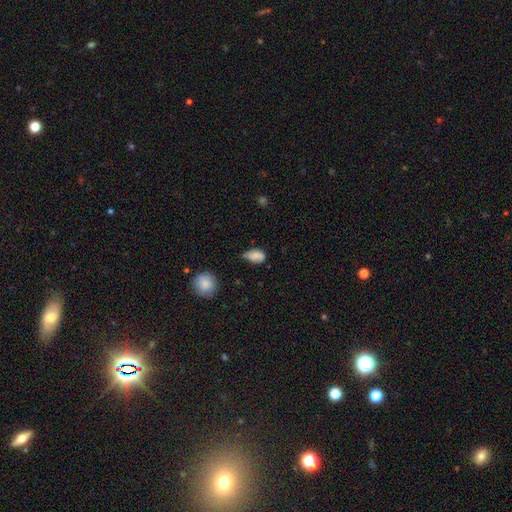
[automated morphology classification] A smooth galaxy with no disk features (77%) that is in between round and cigar-shaped (83%).

Vote fractions:
- Smooth or featured? smooth: 77% / featured or disk: 13% / star or artifact: 9%
- How rounded? in between: 83% / round: 15% / cigar-shaped: 2%
- Merging? none: 43% / minor disturbance: 40% / major disturbance: 11% / merger: 5%